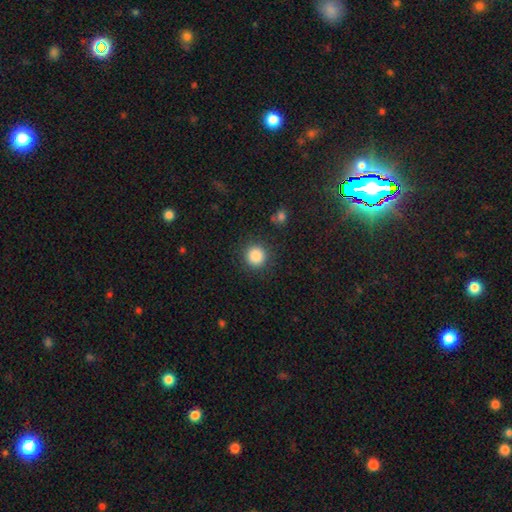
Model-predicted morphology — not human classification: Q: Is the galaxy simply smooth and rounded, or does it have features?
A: smooth — 86%.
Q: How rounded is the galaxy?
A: round — 94%.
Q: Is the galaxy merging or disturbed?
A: none — 89%.